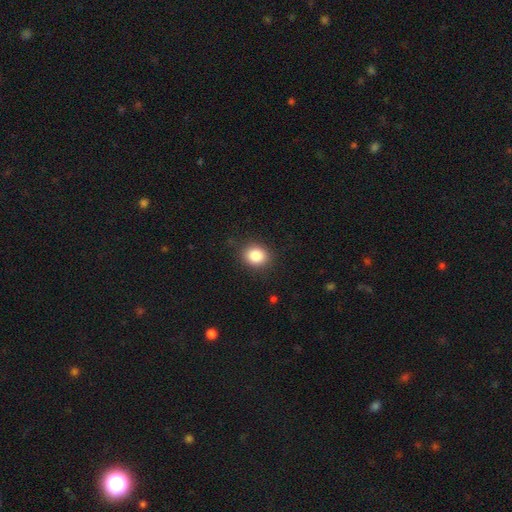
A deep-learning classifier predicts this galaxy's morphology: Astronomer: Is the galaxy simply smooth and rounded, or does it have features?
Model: smooth — 85%.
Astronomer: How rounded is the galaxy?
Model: round — 67%.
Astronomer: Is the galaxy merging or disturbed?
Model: none — 87%.